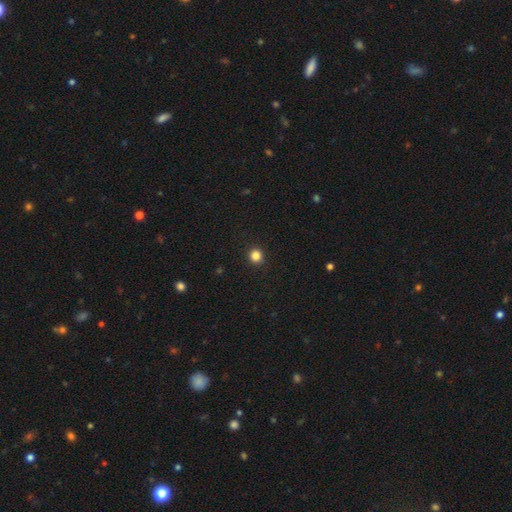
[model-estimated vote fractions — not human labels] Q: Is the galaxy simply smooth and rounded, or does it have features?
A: smooth — 85%.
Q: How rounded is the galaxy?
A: round — 92%.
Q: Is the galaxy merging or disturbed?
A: none — 92%.